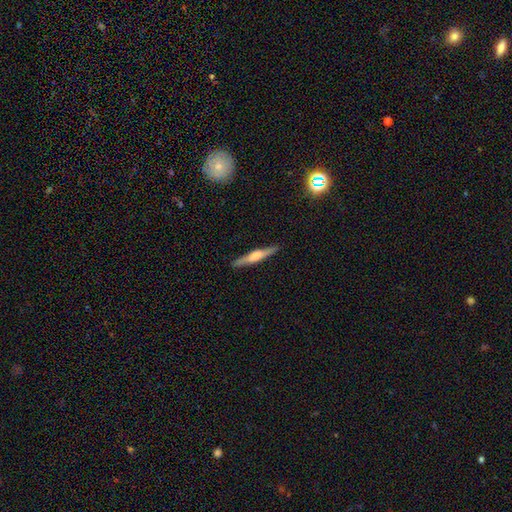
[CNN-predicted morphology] Smooth or featured: featured or disk — 59% (smooth — 35%)
Edge-on disk: yes — 97% (no — 3%)
Edge-on bulge: rounded — 58% (boxy — 30%)
Merging: none — 90% (minor disturbance — 7%)